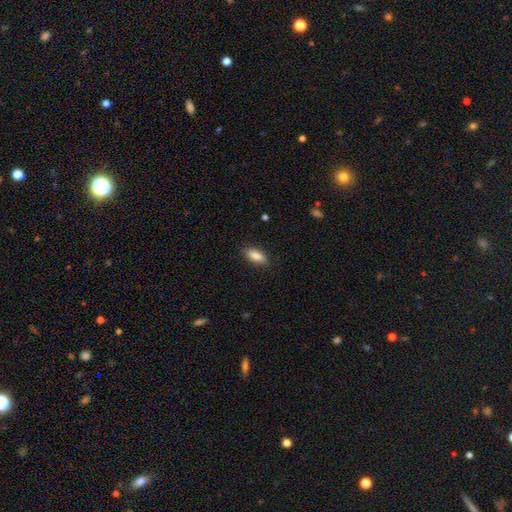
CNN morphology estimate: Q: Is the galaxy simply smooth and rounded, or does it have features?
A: smooth — 87%.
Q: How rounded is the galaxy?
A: in between — 81%.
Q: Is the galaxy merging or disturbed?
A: none — 86%.